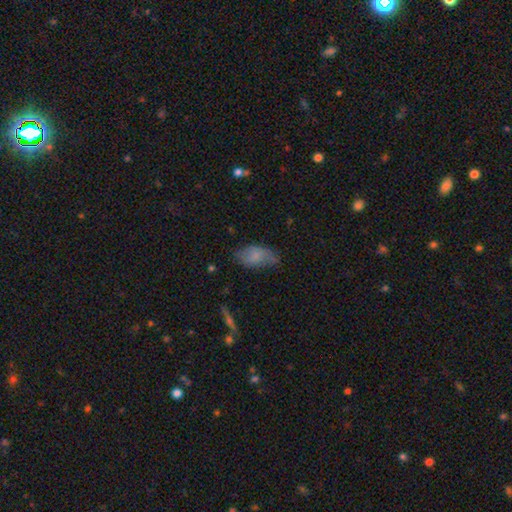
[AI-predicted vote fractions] This is likely a smooth galaxy (73%). How rounded: clearly in between (92%). Merging: likely none (65%).